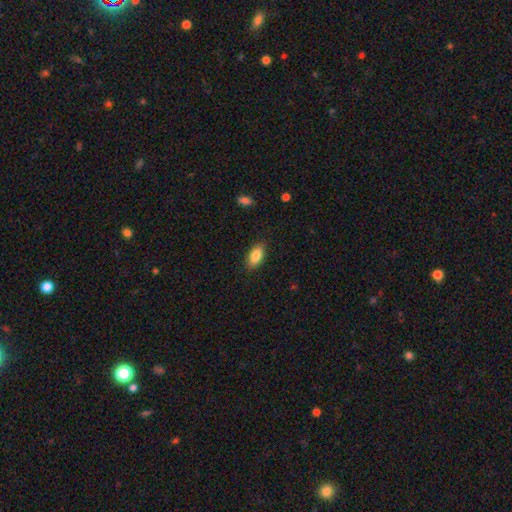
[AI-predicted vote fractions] A smooth galaxy with no disk features (84%) that is in between round and cigar-shaped (89%). Merging: none (87%).